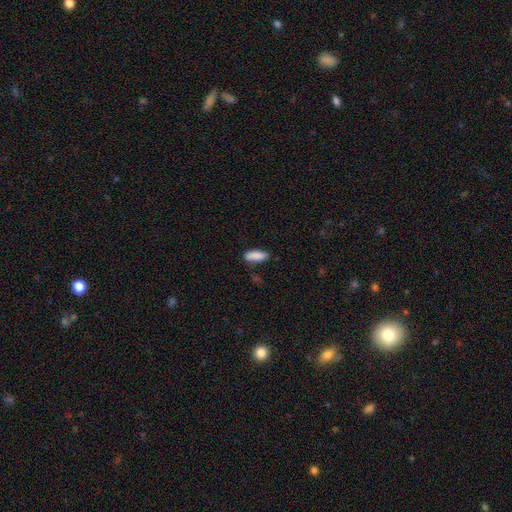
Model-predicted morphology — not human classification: smooth-or-featured: smooth: 88% | star or artifact: 7% | featured or disk: 5%
  how-rounded: in between: 70% | cigar-shaped: 28% | round: 2%
  merging: none: 76% | minor disturbance: 17% | merger: 4% | major disturbance: 3%